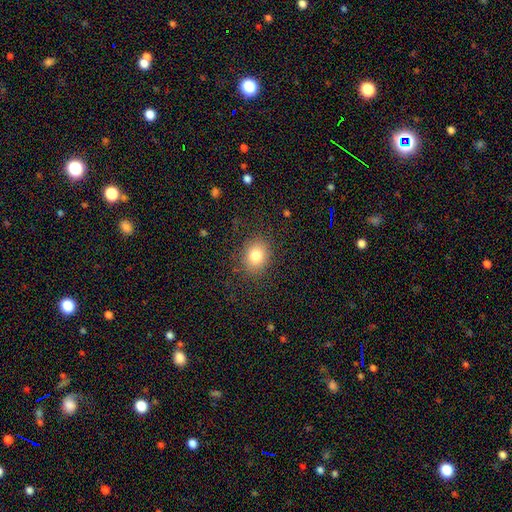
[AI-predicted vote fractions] Morphology: type=smooth (81%); roundness=round (61%); merging=none (83%).